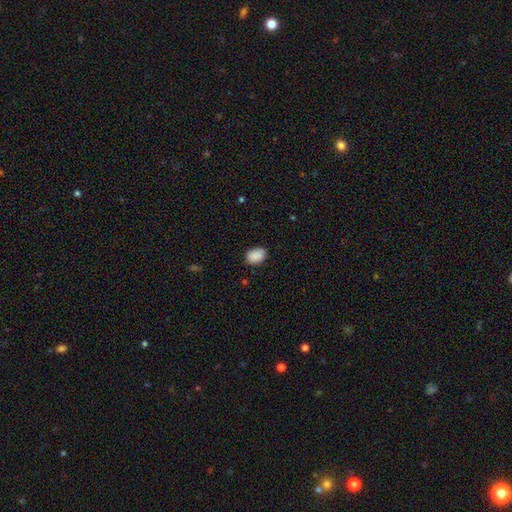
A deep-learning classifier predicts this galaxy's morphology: A smooth galaxy with no disk features (89%) that is in between round and cigar-shaped (79%). Merging: none (81%).